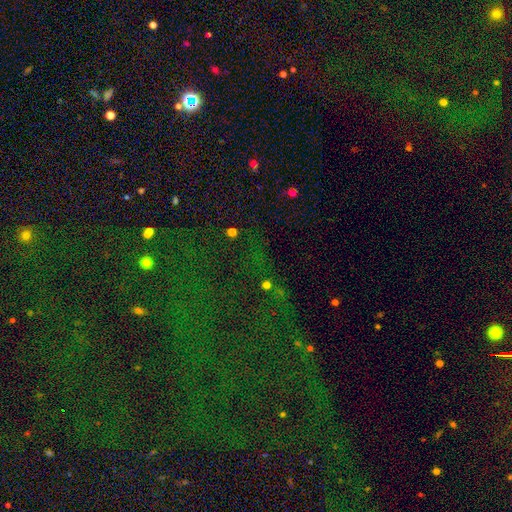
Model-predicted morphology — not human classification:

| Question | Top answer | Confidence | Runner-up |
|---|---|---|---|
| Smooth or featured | star or artifact | 78% | smooth (13%) |